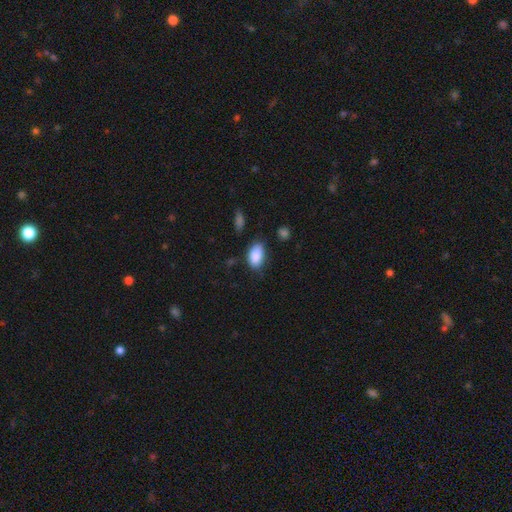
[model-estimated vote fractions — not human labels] smooth_or_featured: smooth (p=0.88) [alt: star or artifact p=0.07]
how_rounded: in between (p=0.92) [alt: round p=0.06]
merging: none (p=0.70) [alt: minor disturbance p=0.22]